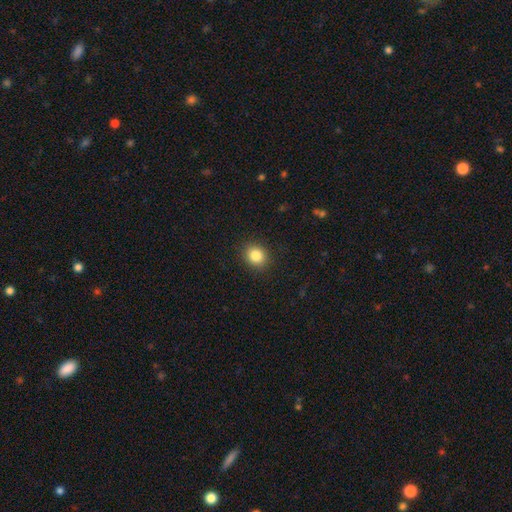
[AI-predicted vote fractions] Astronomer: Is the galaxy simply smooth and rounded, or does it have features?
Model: smooth — 85%.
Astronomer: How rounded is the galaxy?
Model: round — 73%.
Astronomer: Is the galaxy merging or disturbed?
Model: none — 90%.